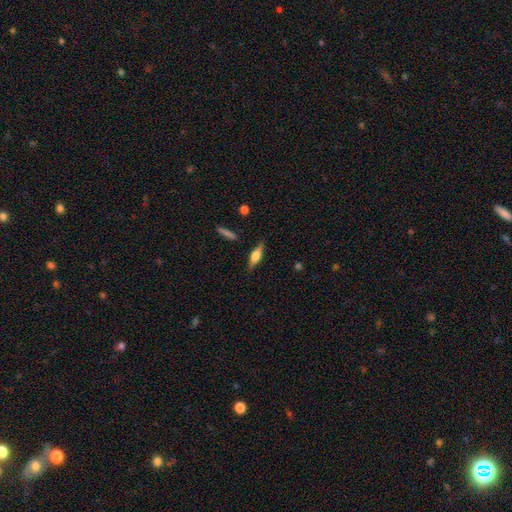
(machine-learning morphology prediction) Smooth or featured? smooth (47%)
Merging? none (82%)